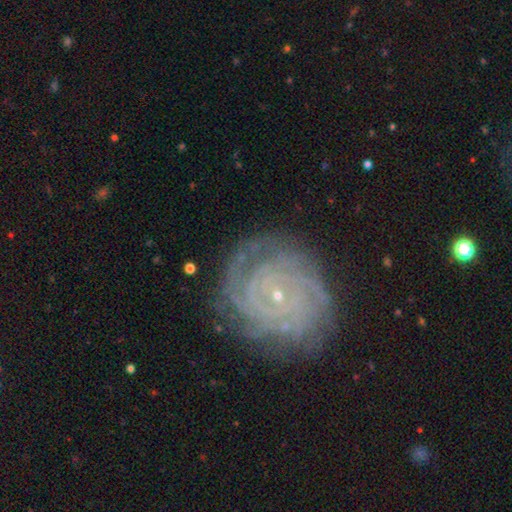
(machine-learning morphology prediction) Smooth or featured? featured or disk (81%)
Edge-on disk? no (97%)
Bar? no (76%)
Spiral arms? yes (96%)
Spiral winding? tight (83%)
Spiral arm count? can't tell (29%)
Bulge size? small (88%)
Merging? none (80%)